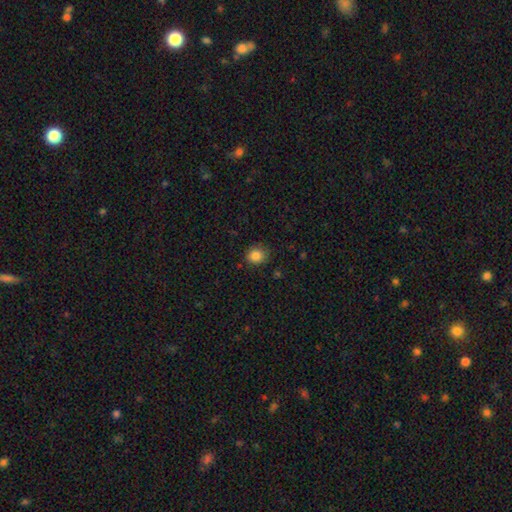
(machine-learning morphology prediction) This is clearly a smooth galaxy (85%). How rounded: likely round (78%). Merging: clearly none (83%).